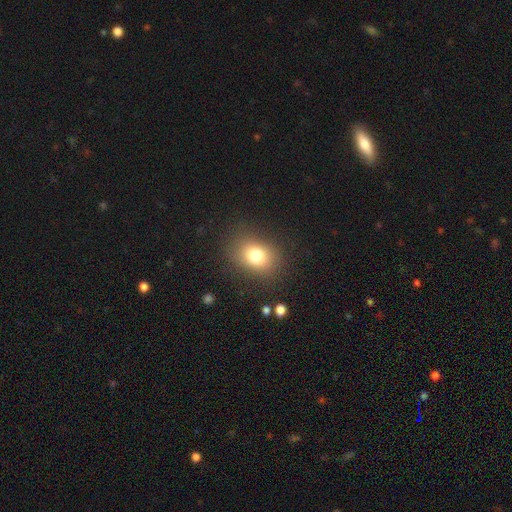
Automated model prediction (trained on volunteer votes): Q: Smooth or featured?
A: smooth (77%); runner-up: star or artifact (12%)
Q: How rounded?
A: in between (58%); runner-up: round (41%)
Q: Merging?
A: none (82%); runner-up: minor disturbance (11%)